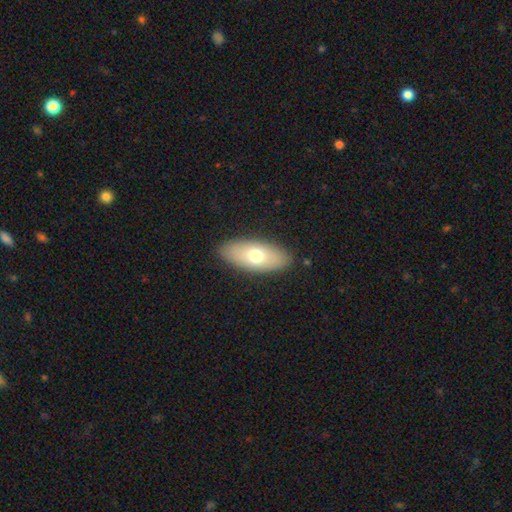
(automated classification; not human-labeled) Overall: smooth (68%). How rounded: in between (85%). Merging: none (87%).